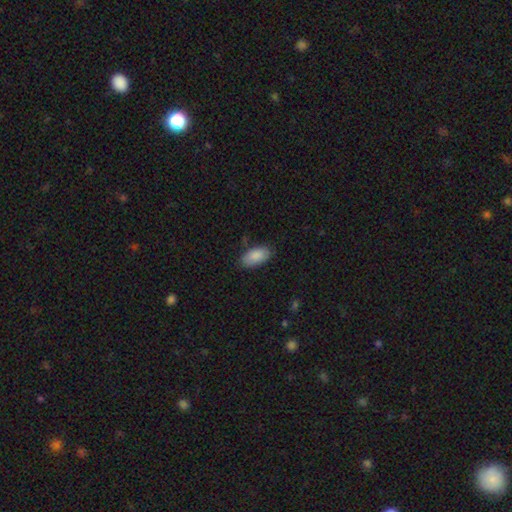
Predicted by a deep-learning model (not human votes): Overall: smooth (88%). How rounded: in between (94%). Merging: none (81%).